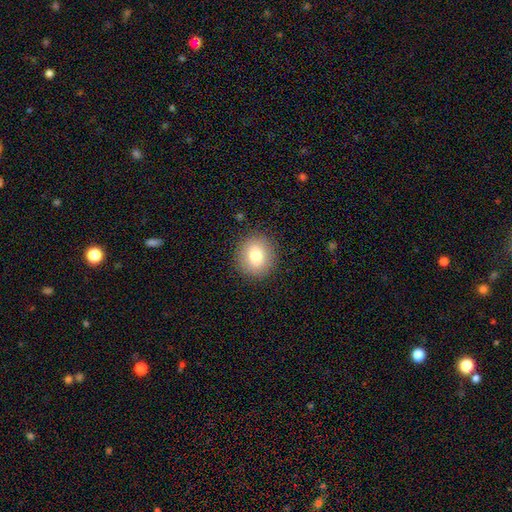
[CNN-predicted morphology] A smooth galaxy with no disk features (79%) that is round (83%).

Vote fractions:
- Smooth or featured? smooth: 79% / featured or disk: 12% / star or artifact: 9%
- How rounded? round: 83% / in between: 16% / cigar-shaped: 1%
- Merging? none: 89% / minor disturbance: 7% / major disturbance: 3% / merger: 1%